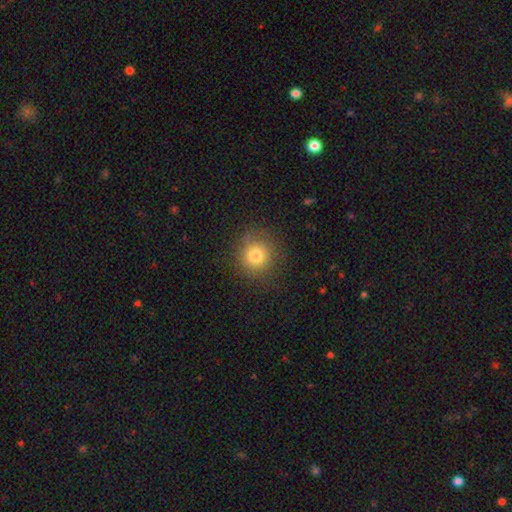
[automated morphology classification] type=smooth (78%); roundness=round (92%); merging=none (83%).